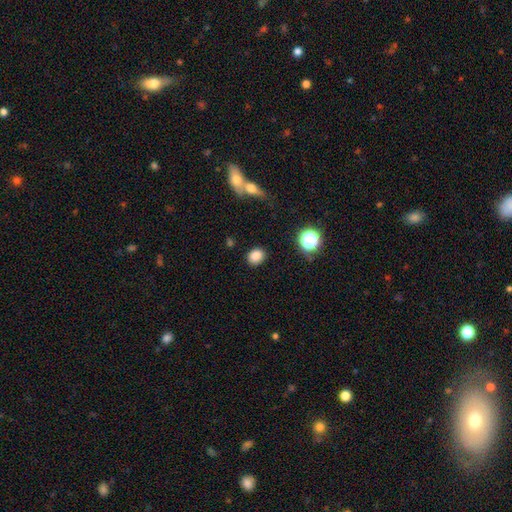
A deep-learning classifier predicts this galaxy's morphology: The model was most divided on "how rounded": round: 56%, in between: 43%, cigar-shaped: 1%. More confident: merging — none (87%); smooth or featured — smooth (84%).